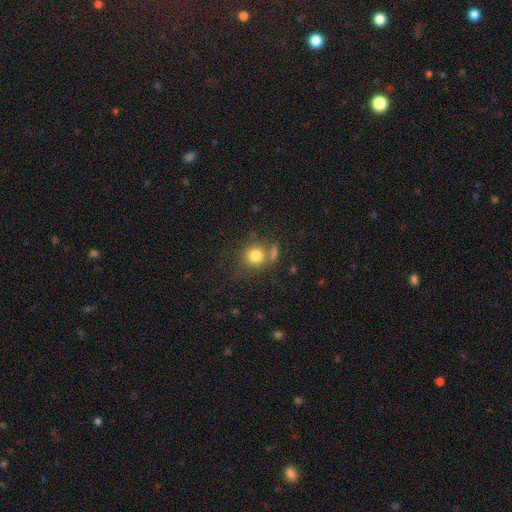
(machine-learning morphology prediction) Smooth or featured?
  - smooth: 80% *
  - star or artifact: 11%
  - featured or disk: 9%
How rounded?
  - round: 87% *
  - in between: 12%
  - cigar-shaped: 1%
Merging?
  - none: 61% *
  - merger: 21%
  - minor disturbance: 13%
  - major disturbance: 6%